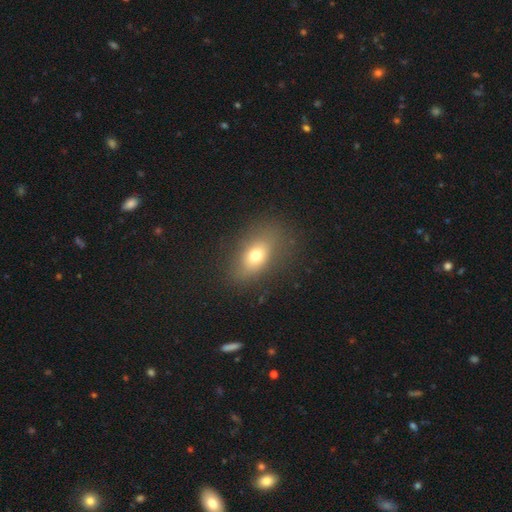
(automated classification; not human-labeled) A smooth galaxy with no disk features (70%) that is in between round and cigar-shaped (79%). Merging: none (77%).